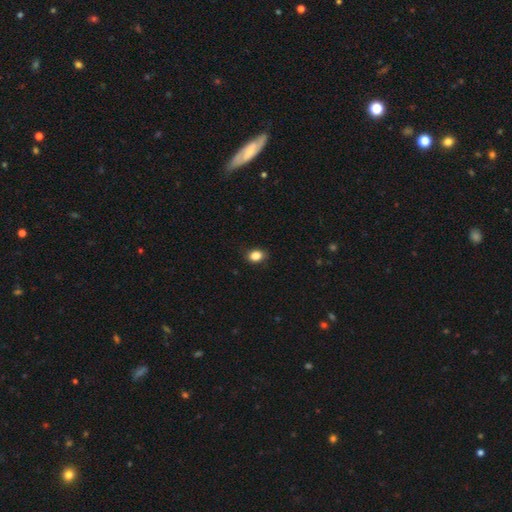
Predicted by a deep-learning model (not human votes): smooth_or_featured: smooth (p=0.85) [alt: star or artifact p=0.10]
how_rounded: in between (p=0.60) [alt: round p=0.39]
merging: none (p=0.84) [alt: minor disturbance p=0.12]